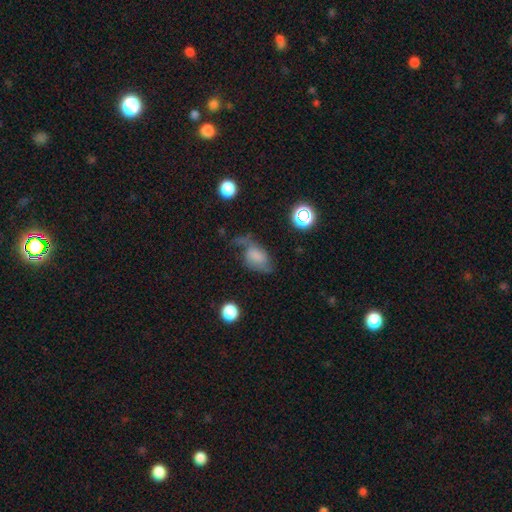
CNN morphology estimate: Smooth or featured? featured or disk (46%)
Merging? none (37%)